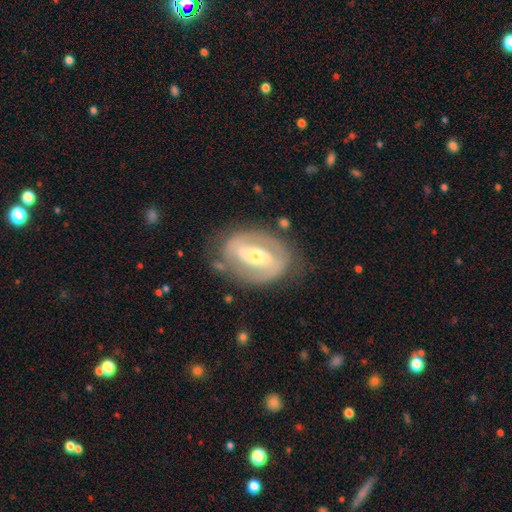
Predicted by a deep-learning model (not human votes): Smooth or featured?
  - featured or disk: 75% *
  - smooth: 19%
  - star or artifact: 6%
Edge-on disk?
  - no: 93% *
  - yes: 7%
Bar?
  - strong: 54% *
  - weak: 28%
  - no: 18%
Spiral arms?
  - yes: 59% *
  - no: 41%
Bulge size?
  - moderate: 49% *
  - small: 45%
  - large: 4%
  - none: 1%
  - dominant: 1%
Merging?
  - none: 73% *
  - minor disturbance: 16%
  - major disturbance: 9%
  - merger: 2%